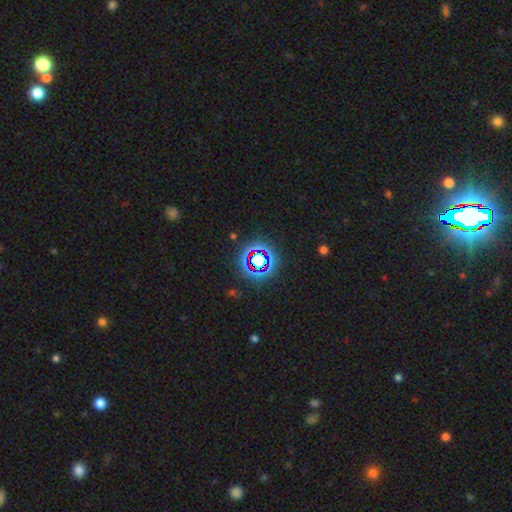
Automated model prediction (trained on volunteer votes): Smooth or featured?
  - star or artifact: 69% *
  - smooth: 20%
  - featured or disk: 12%